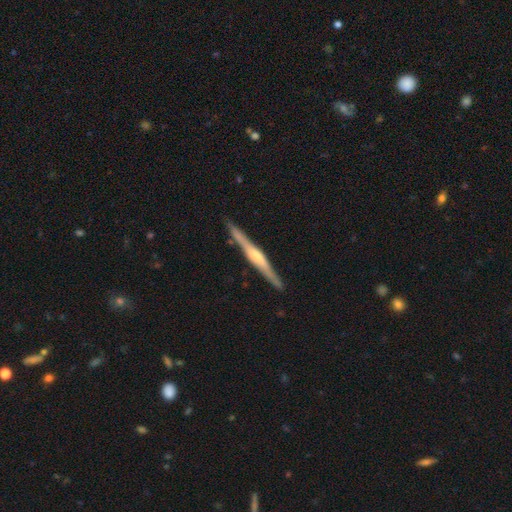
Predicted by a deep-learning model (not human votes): This is likely a featured or disk galaxy (77%). It is clearly viewed edge-on (98%). Edge-on bulge: likely rounded (66%). Merging: clearly none (89%).